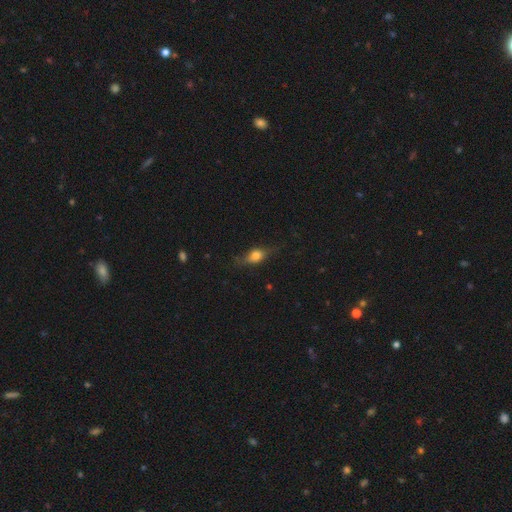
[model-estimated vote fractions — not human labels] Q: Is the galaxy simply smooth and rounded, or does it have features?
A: smooth — 55%.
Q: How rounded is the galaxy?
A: in between — 62%.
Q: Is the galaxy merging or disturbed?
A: none — 70%.